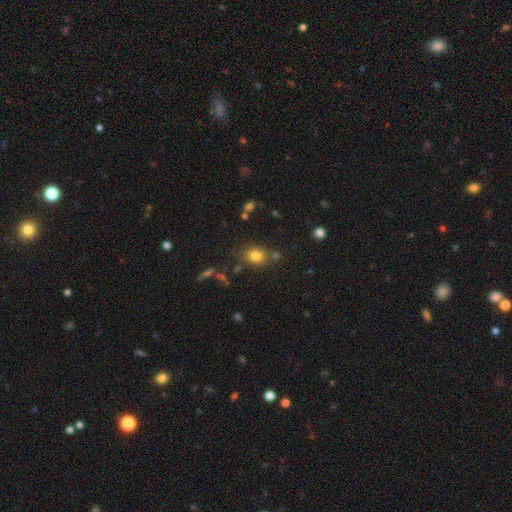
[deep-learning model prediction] This appears to be a smooth galaxy with no disk features (80%) that is round (51%). Merging: none (75%).